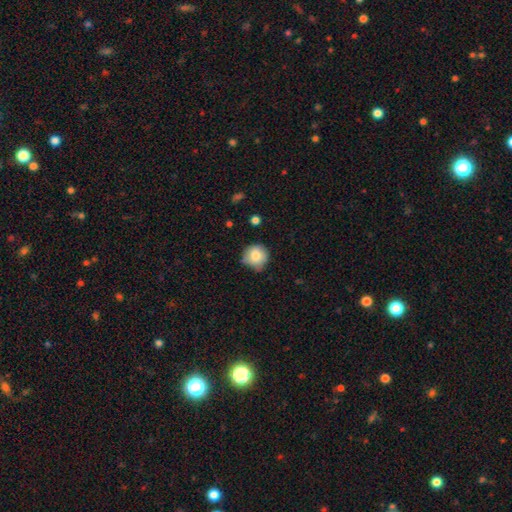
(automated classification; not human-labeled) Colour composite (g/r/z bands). It shows a smooth galaxy with no disk features (81%) that is round (91%). Merging: none (66%).